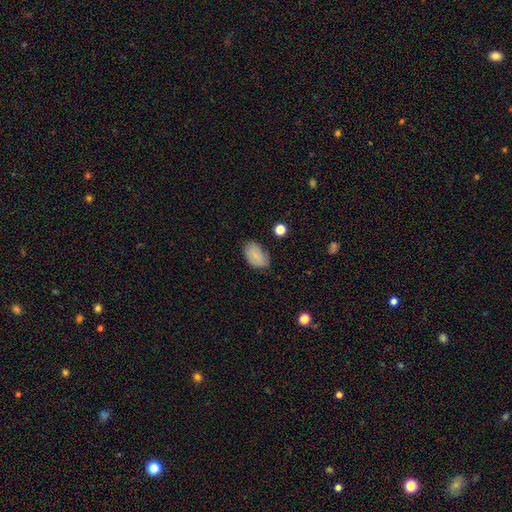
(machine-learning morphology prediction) smooth 79%, featured or disk 13%, star or artifact 8%. Down the decision tree: how rounded — in between (91%); merging — none (73%).